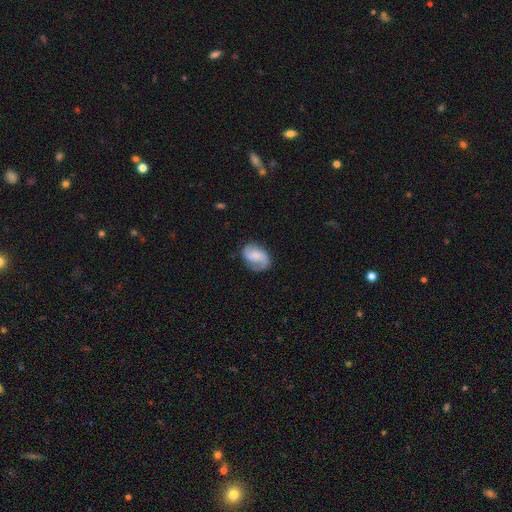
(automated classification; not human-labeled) A featured or disk galaxy (67%) with a weak bar (45%), 2 (79%) medium (44%) spiral arms (93%) and a small central bulge (35%). Merging: none (72%).